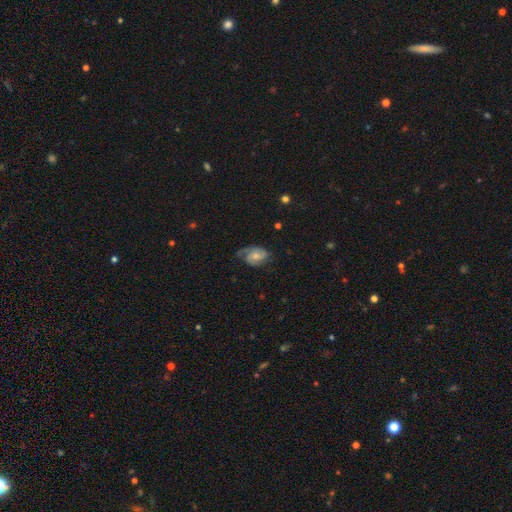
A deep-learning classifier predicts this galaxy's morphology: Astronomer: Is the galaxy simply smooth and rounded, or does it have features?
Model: featured or disk — 66%.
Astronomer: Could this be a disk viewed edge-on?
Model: no — 97%.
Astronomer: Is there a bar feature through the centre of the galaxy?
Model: no — 64%.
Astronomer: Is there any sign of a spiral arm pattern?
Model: yes — 91%.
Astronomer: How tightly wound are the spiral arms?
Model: medium — 42% (runner-up: tight, 34%).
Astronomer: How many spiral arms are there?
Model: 2 — 60%.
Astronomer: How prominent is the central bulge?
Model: small — 43% (runner-up: moderate, 42%).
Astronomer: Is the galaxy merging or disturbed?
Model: none — 52% (runner-up: minor disturbance, 28%).